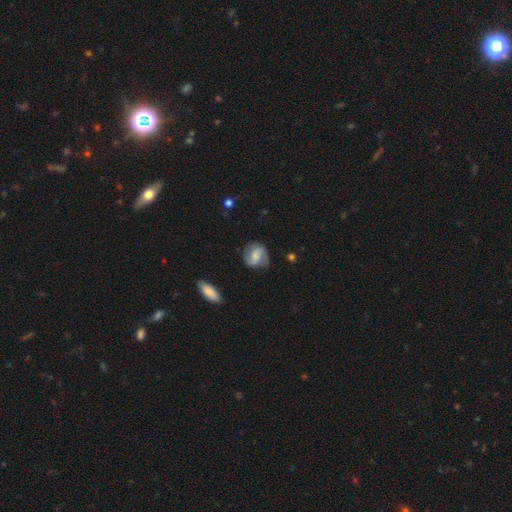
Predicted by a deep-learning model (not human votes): Smooth or featured? featured or disk (57%)
Edge-on disk? no (97%)
Bar? weak (47%)
Spiral arms? yes (91%)
Bulge size? moderate (37%)
Merging? none (76%)